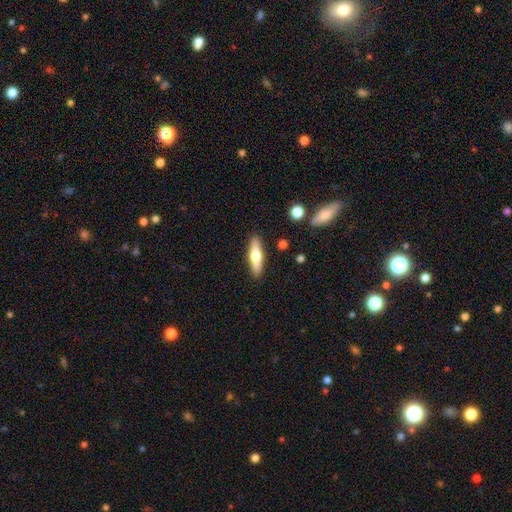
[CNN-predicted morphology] Smooth or featured? smooth (51%)
How rounded? cigar-shaped (69%)
Merging? none (89%)